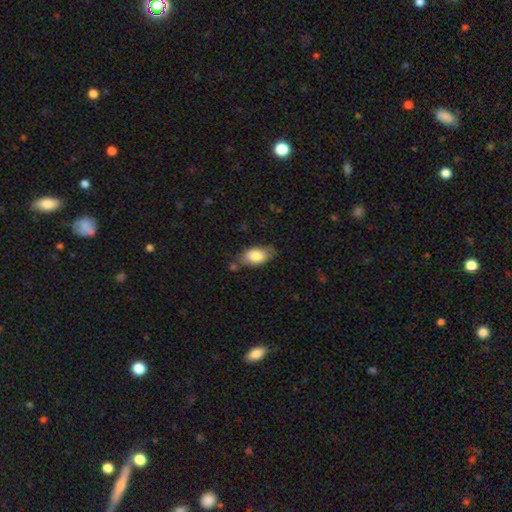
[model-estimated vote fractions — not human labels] This is clearly a smooth galaxy (82%). How rounded: clearly in between (92%). Merging: likely none (68%).